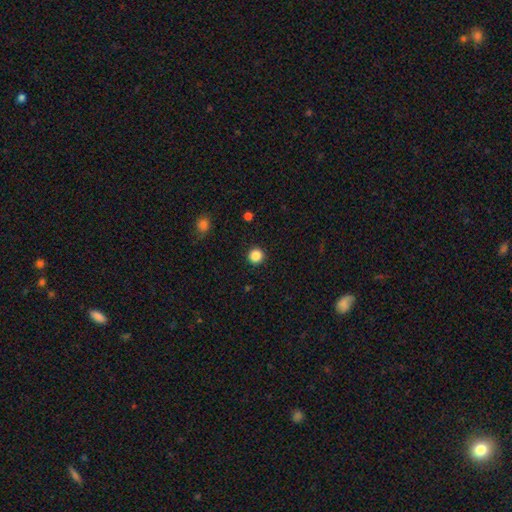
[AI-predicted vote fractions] Smooth or featured? smooth (86%)
How rounded? round (96%)
Merging? none (92%)